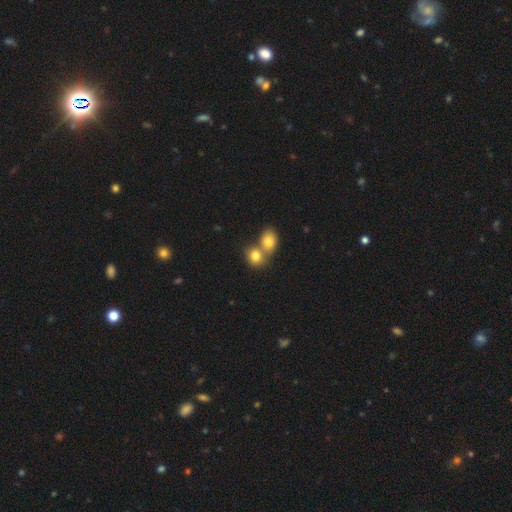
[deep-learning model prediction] A smooth galaxy with no disk features (80%) that is round (66%).

Vote fractions:
- Smooth or featured? smooth: 80% / star or artifact: 10% / featured or disk: 10%
- How rounded? round: 66% / in between: 33% / cigar-shaped: 1%
- Merging? merger: 59% / none: 33% / minor disturbance: 6% / major disturbance: 2%